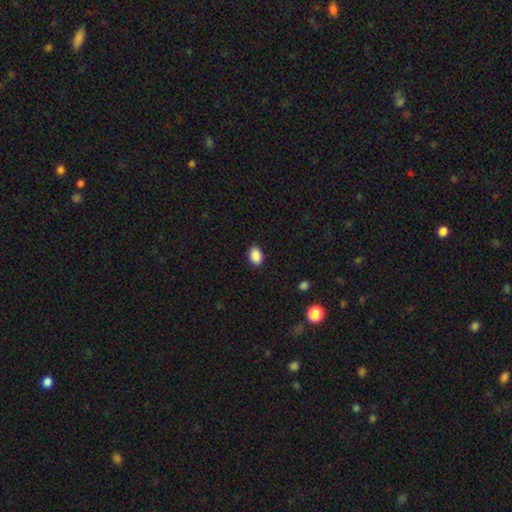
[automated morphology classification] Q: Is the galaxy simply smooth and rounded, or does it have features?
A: smooth — 89%.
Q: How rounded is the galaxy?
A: in between — 69%.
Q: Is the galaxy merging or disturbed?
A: none — 89%.